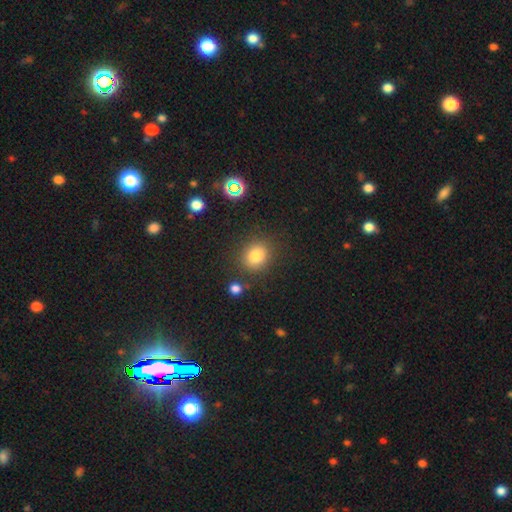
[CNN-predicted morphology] smooth 80%, star or artifact 14%, featured or disk 7%. Down the decision tree: how rounded — round (74%); merging — none (82%).